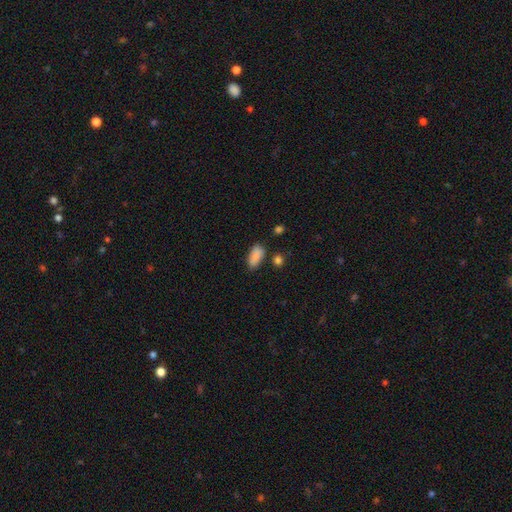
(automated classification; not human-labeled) Morphology: type=smooth (87%); roundness=in between (89%); merging=none (74%).